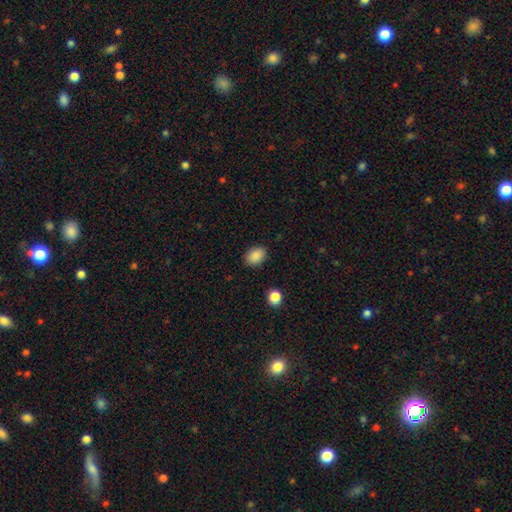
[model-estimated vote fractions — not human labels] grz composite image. It shows a smooth galaxy with no disk features (88%) that is in between round and cigar-shaped (69%). Merging: none (87%).